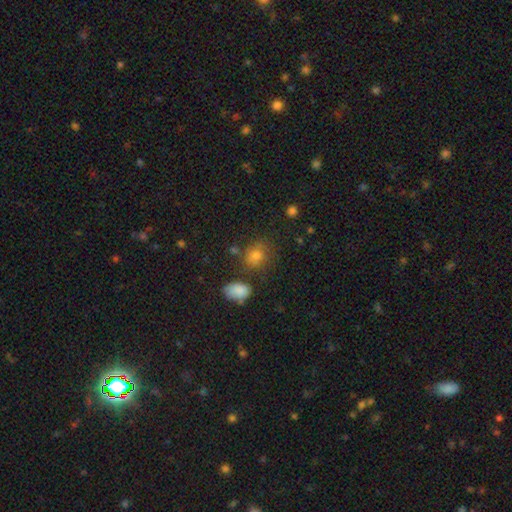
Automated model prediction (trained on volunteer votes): Overall: smooth (75%). How rounded: round (62%; in between 36%). Merging: none (70%).